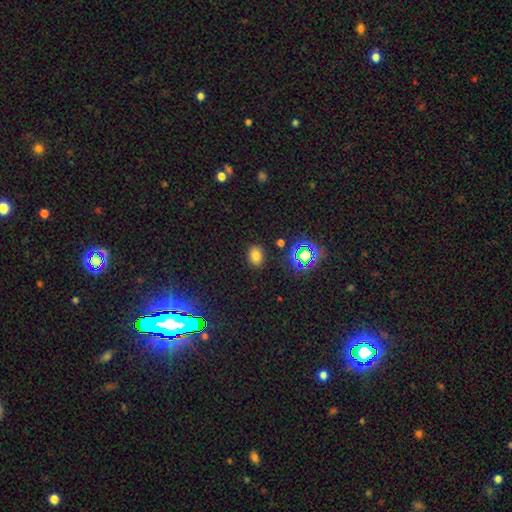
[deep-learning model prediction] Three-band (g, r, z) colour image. It shows a smooth galaxy with no disk features (72%) that is in between round and cigar-shaped (66%). Merging: none (86%).